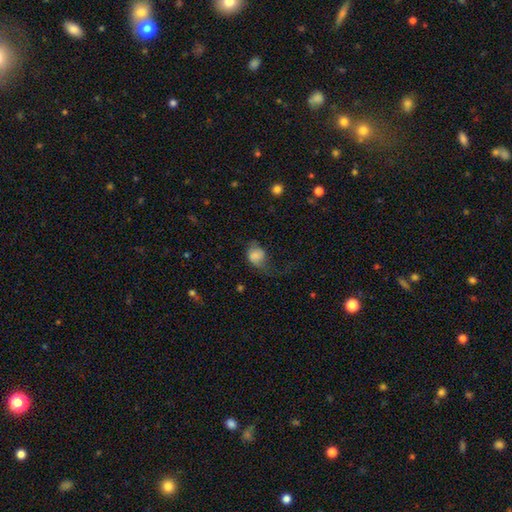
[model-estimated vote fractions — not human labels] The model was most divided on "merging": major disturbance: 38%, none: 31%, minor disturbance: 28%, merger: 3%. More confident: smooth or featured — smooth (74%); how rounded — in between (54%).